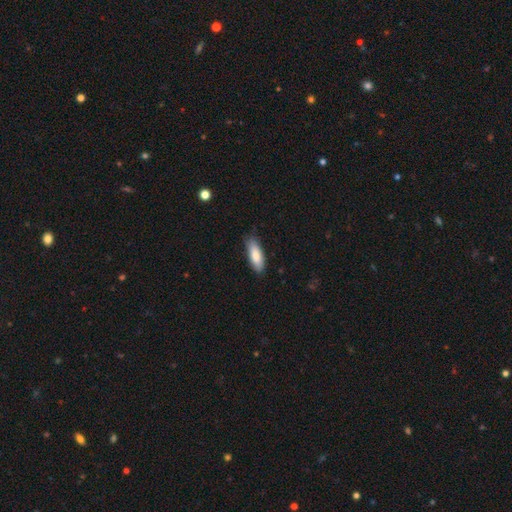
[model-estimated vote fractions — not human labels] A smooth galaxy with no disk features (82%) that is in between round and cigar-shaped (61%).

Vote fractions:
- Smooth or featured? smooth: 82% / featured or disk: 12% / star or artifact: 6%
- How rounded? in between: 61% / cigar-shaped: 37% / round: 2%
- Merging? none: 82% / minor disturbance: 15% / major disturbance: 2% / merger: 1%